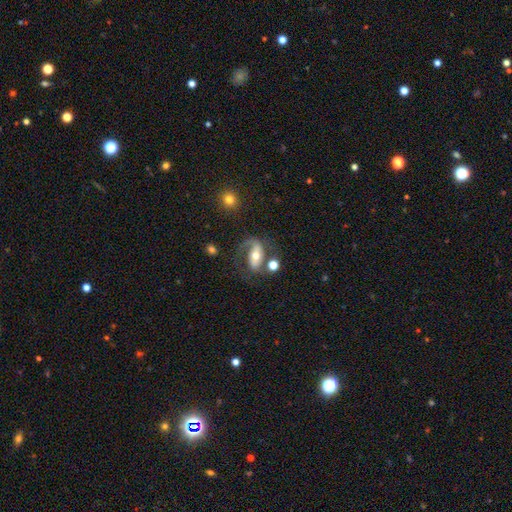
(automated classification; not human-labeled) This appears to be a featured or disk galaxy (67%) with a strong bar (38%), spiral arms (81%) and a moderate central bulge (68%). Merging: none (47%).